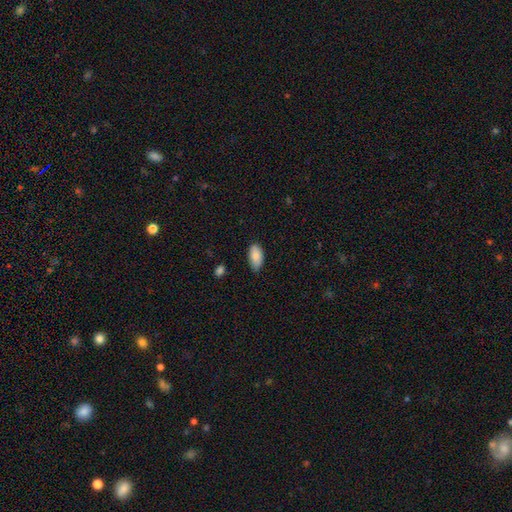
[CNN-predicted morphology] Smooth or featured? smooth (86%)
How rounded? in between (94%)
Merging? none (79%)